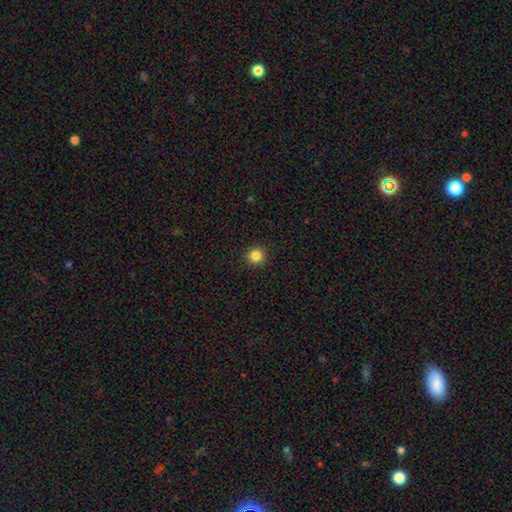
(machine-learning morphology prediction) smooth_or_featured: smooth (p=0.84) [alt: star or artifact p=0.12]
how_rounded: round (p=0.94) [alt: in between p=0.05]
merging: none (p=0.93) [alt: minor disturbance p=0.05]